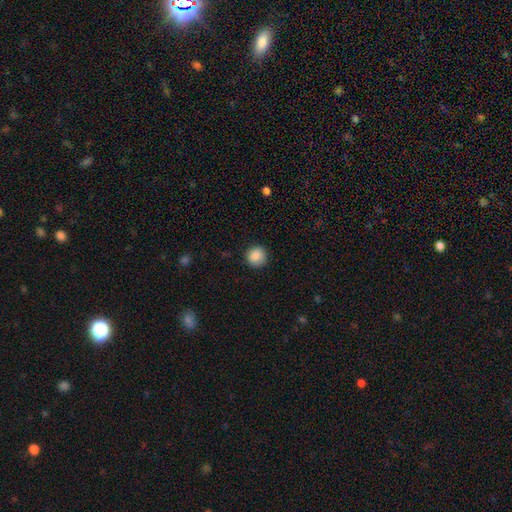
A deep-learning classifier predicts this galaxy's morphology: Q: Smooth or featured?
A: smooth (87%); runner-up: star or artifact (9%)
Q: How rounded?
A: round (94%); runner-up: in between (5%)
Q: Merging?
A: none (91%); runner-up: minor disturbance (7%)